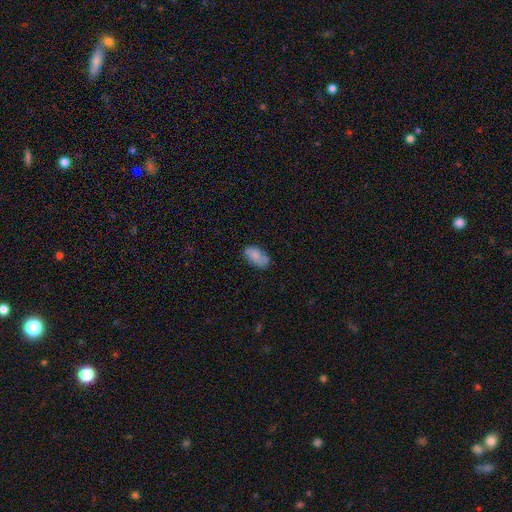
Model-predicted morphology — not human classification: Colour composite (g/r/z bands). It shows a smooth galaxy with no disk features (78%) that is in between round and cigar-shaped (93%). Merging: none (68%).